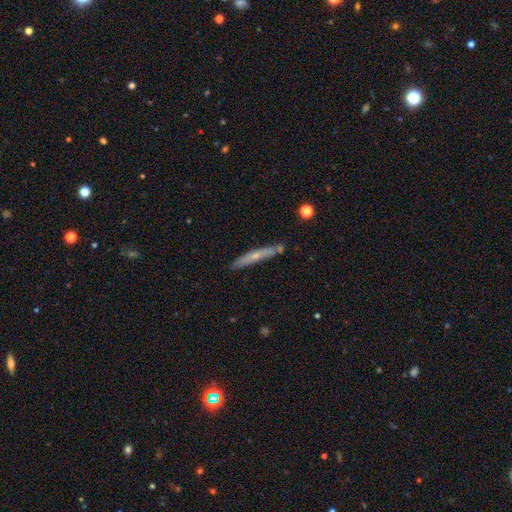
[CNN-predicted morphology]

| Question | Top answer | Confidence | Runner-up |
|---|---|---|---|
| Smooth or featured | featured or disk | 49% | smooth (44%) |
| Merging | none | 80% | minor disturbance (13%) |